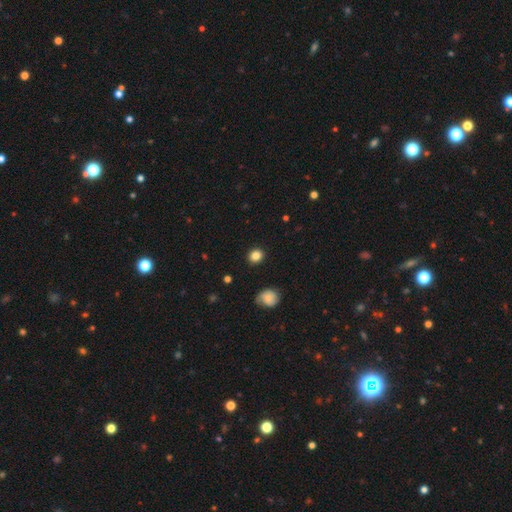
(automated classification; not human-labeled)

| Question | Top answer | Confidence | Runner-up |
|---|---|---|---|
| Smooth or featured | smooth | 85% | star or artifact (10%) |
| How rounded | round | 79% | in between (20%) |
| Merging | none | 89% | minor disturbance (7%) |